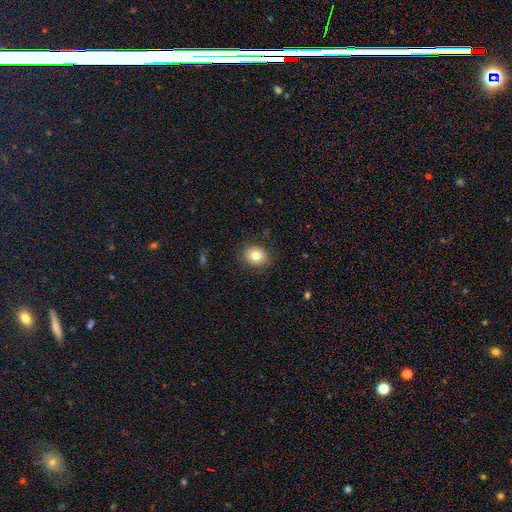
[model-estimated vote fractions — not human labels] Smooth or featured: smooth — 80% (featured or disk — 10%)
How rounded: round — 56% (in between — 43%)
Merging: none — 87% (minor disturbance — 10%)